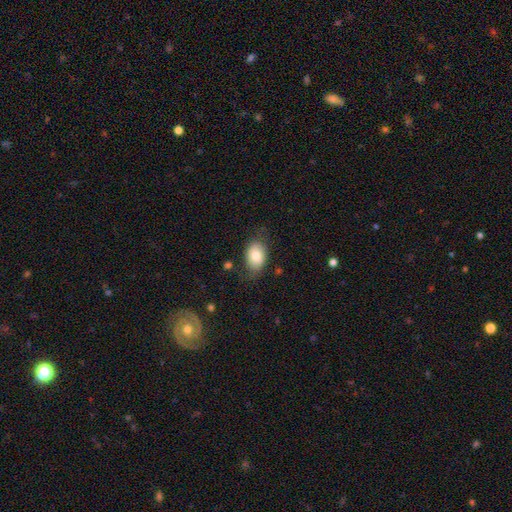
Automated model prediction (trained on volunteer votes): Smooth or featured?
  - smooth: 79% *
  - featured or disk: 14%
  - star or artifact: 7%
How rounded?
  - in between: 85% *
  - round: 14%
  - cigar-shaped: 1%
Merging?
  - none: 71% *
  - minor disturbance: 21%
  - major disturbance: 6%
  - merger: 2%